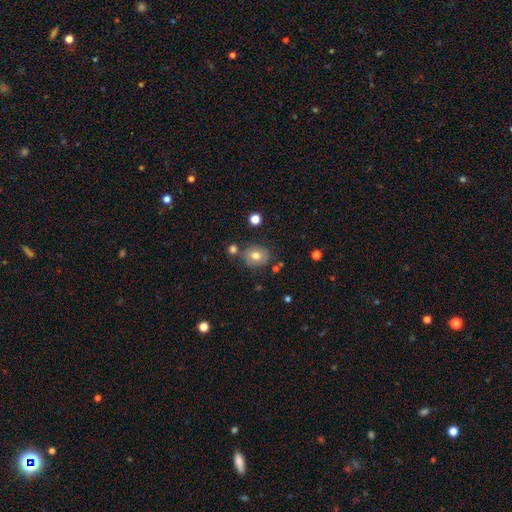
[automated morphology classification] A smooth galaxy with no disk features (72%) that is round (69%). Merging: none (70%).